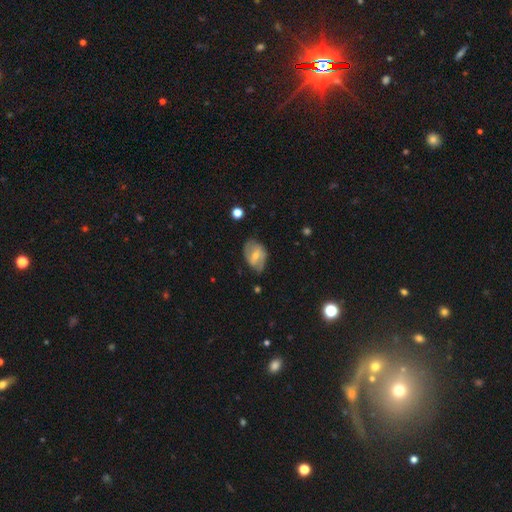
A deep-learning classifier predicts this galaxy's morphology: type=featured or disk (57%); edge-on=no (95%); bar=weak (48%); spiral arms=yes (71%); bulge=small (51%); merging=none (63%).